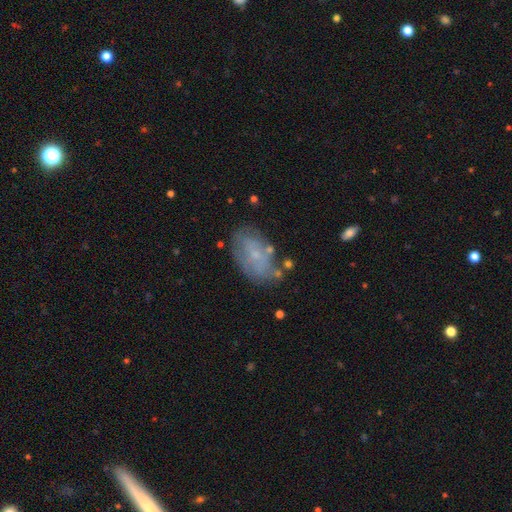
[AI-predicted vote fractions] The model was most divided on "smooth or featured": smooth: 47%, featured or disk: 43%, star or artifact: 10%. More confident: merging — none (62%).